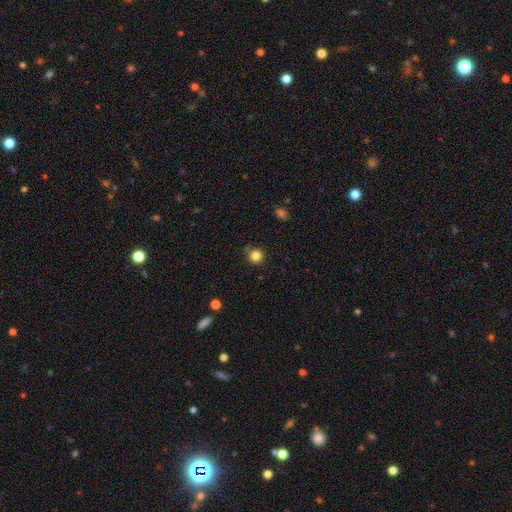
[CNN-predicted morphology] smooth_or_featured: smooth (p=0.82) [alt: star or artifact p=0.12]
how_rounded: round (p=0.93) [alt: in between p=0.06]
merging: none (p=0.80) [alt: minor disturbance p=0.13]